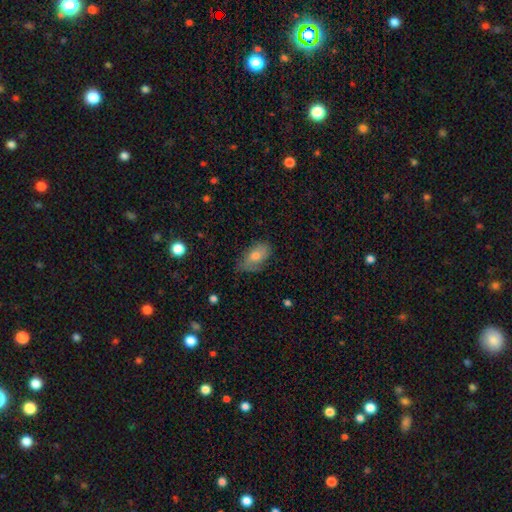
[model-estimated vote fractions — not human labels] A smooth galaxy with no disk features (65%) that is in between round and cigar-shaped (89%).

Vote fractions:
- Smooth or featured? smooth: 65% / featured or disk: 26% / star or artifact: 9%
- How rounded? in between: 89% / round: 6% / cigar-shaped: 4%
- Merging? none: 63% / minor disturbance: 29% / major disturbance: 7% / merger: 1%